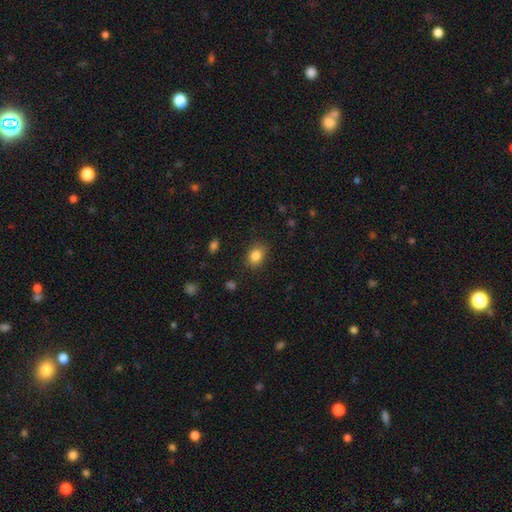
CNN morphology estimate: This appears to be a smooth galaxy with no disk features (85%) that is in between round and cigar-shaped (58%). Merging: none (81%).